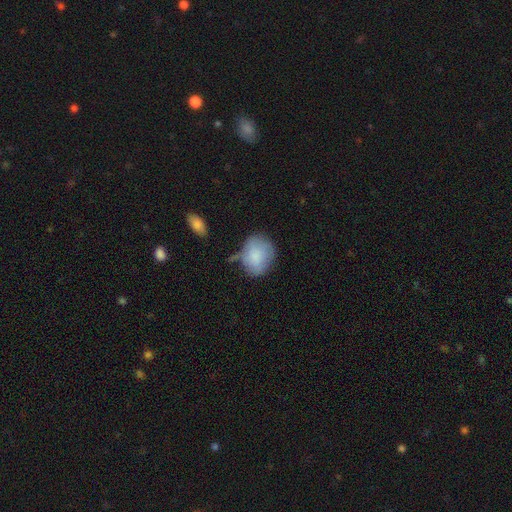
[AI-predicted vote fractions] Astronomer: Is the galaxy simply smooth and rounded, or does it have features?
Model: smooth — 79%.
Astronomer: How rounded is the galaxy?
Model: round — 53% (runner-up: in between, 46%).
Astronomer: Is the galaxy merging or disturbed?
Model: none — 48% (runner-up: minor disturbance, 31%).